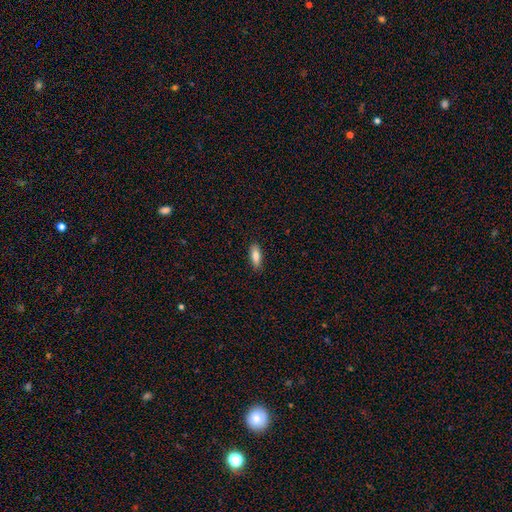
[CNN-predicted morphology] A smooth galaxy with no disk features (83%) that is in between round and cigar-shaped (65%). Merging: none (87%).